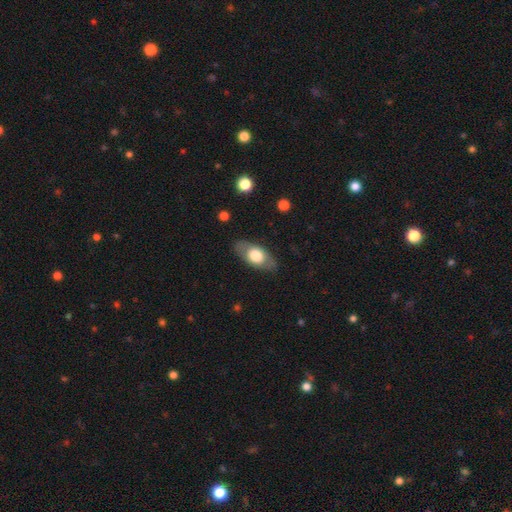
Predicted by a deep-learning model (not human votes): Q: Smooth or featured?
A: smooth (63%); runner-up: featured or disk (31%)
Q: How rounded?
A: in between (87%); runner-up: round (7%)
Q: Merging?
A: none (81%); runner-up: minor disturbance (13%)